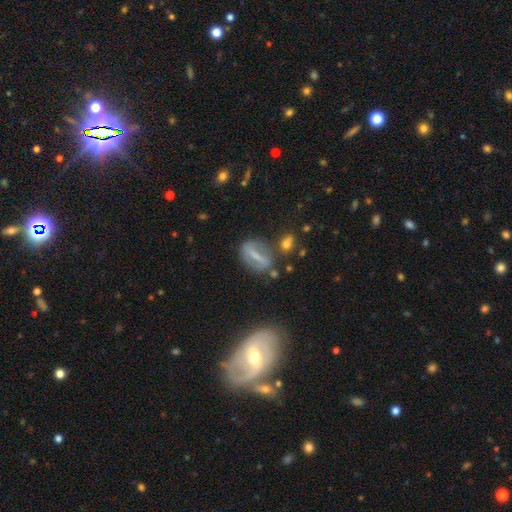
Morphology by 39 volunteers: Volunteers were most divided on "bulge size": none: 44%, small: 31%, moderate: 25%, dominant: 0%, large: 0%. More confident: spiral arms — no (75%); edge-on disk — no (67%); smooth or featured — featured or disk (62%); merging — none (61%); bar — strong (56%).